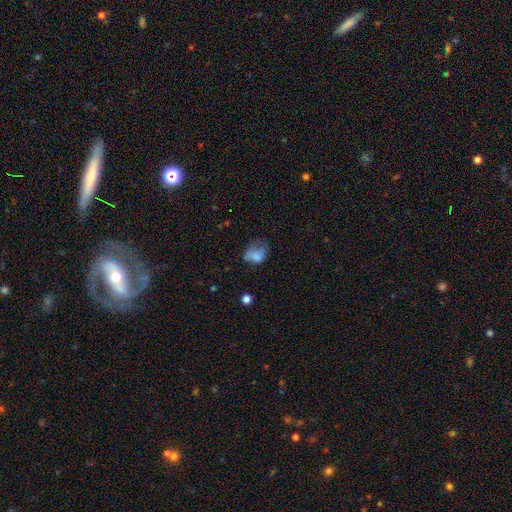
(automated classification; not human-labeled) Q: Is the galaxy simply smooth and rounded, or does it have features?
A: smooth — 72%.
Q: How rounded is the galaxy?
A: in between — 63%.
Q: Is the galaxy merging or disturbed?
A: none — 34%.